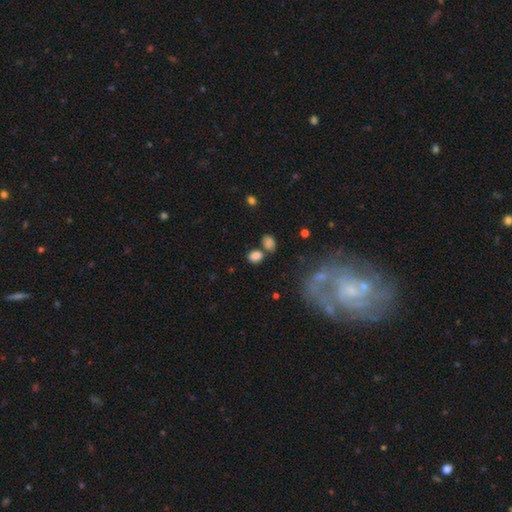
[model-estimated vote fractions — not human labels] smooth-or-featured: smooth: 81% | star or artifact: 12% | featured or disk: 7%
  how-rounded: in between: 75% | round: 23% | cigar-shaped: 2%
  merging: none: 55% | merger: 25% | minor disturbance: 14% | major disturbance: 6%